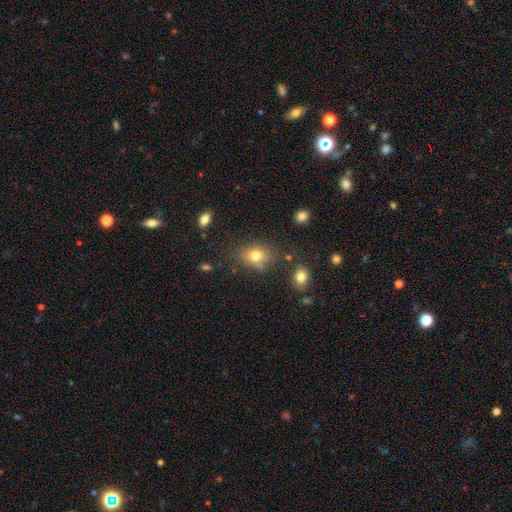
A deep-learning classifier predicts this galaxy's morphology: smooth-or-featured: smooth: 76% | star or artifact: 13% | featured or disk: 11%
  how-rounded: in between: 59% | round: 40% | cigar-shaped: 1%
  merging: none: 69% | minor disturbance: 18% | merger: 7% | major disturbance: 6%